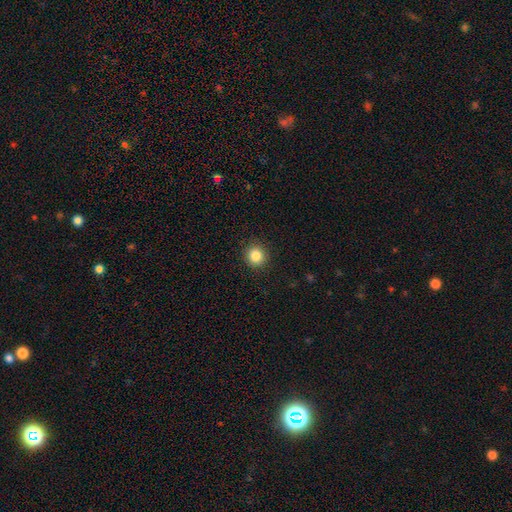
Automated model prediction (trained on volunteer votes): Overall: smooth (84%). How rounded: round (92%). Merging: none (92%).